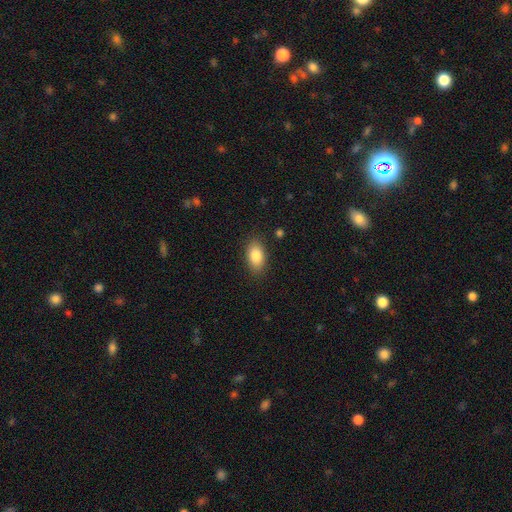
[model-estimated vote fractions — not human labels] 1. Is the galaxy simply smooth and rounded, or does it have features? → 85% smooth, 8% featured or disk, 7% star or artifact.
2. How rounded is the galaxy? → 91% in between, 7% round, 3% cigar-shaped.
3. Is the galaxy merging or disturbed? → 86% none, 10% minor disturbance, 3% major disturbance, 1% merger.